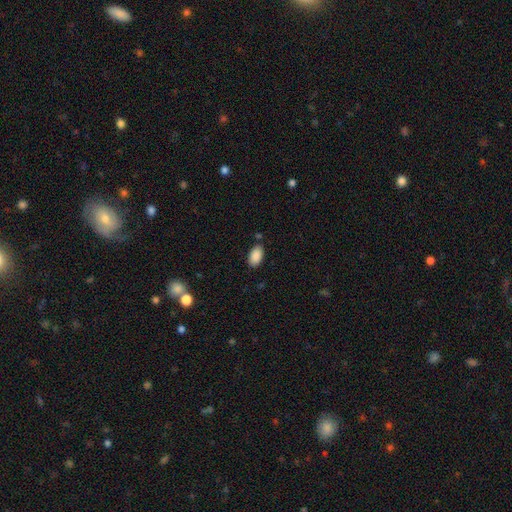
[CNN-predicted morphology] Smooth or featured? smooth (89%)
How rounded? in between (94%)
Merging? none (82%)